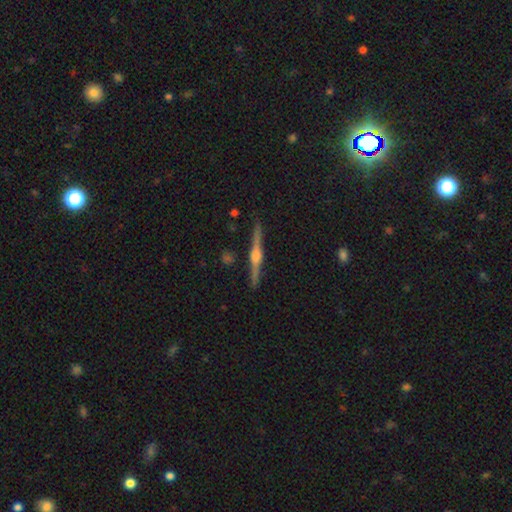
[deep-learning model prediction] Smooth or featured?
  - featured or disk: 85% *
  - smooth: 9%
  - star or artifact: 6%
Edge-on disk?
  - yes: 99% *
  - no: 1%
Edge-on bulge?
  - rounded: 89% *
  - boxy: 7%
  - none: 4%
Merging?
  - none: 92% *
  - minor disturbance: 5%
  - major disturbance: 1%
  - merger: 1%